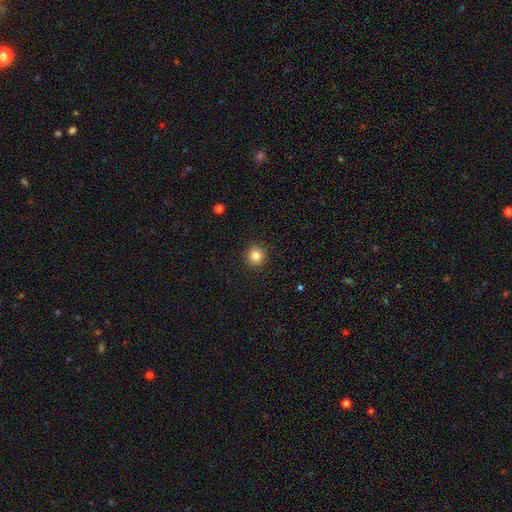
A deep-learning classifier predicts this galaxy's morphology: This appears to be a smooth galaxy with no disk features (84%) that is round (93%). Merging: none (92%).